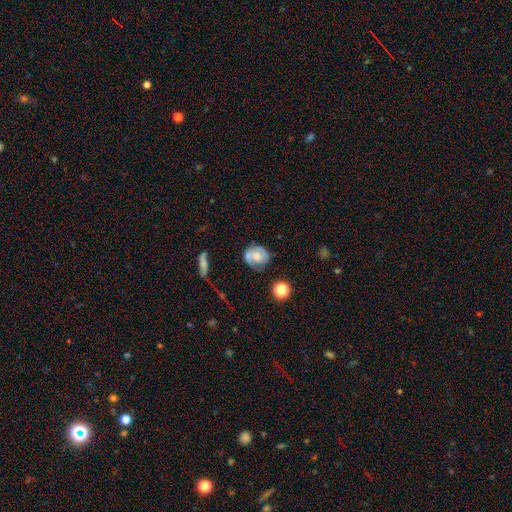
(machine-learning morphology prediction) This is possibly a featured or disk galaxy (56%). It is clearly not viewed edge-on (96%). Bar: likely no (69%). Spiral arm pattern: likely yes (77%). Central bulge: marginally moderate (40%). Merging: possibly none (54%).